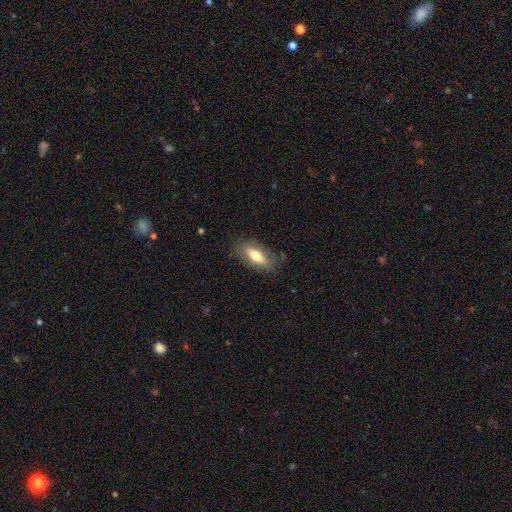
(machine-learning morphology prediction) type=smooth (68%); roundness=in between (72%); merging=none (81%).